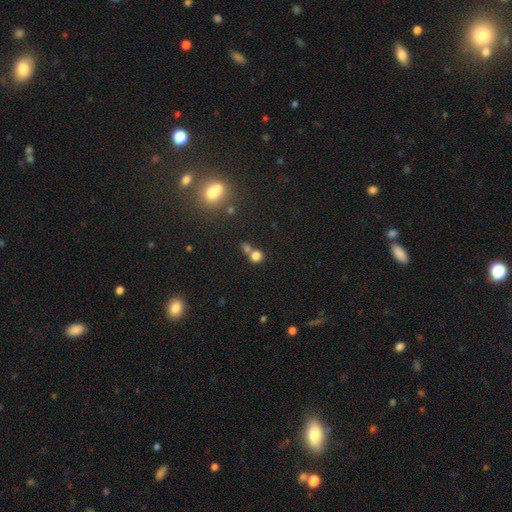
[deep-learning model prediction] This is likely a smooth galaxy (78%). How rounded: clearly round (85%). Merging: possibly none (48%).